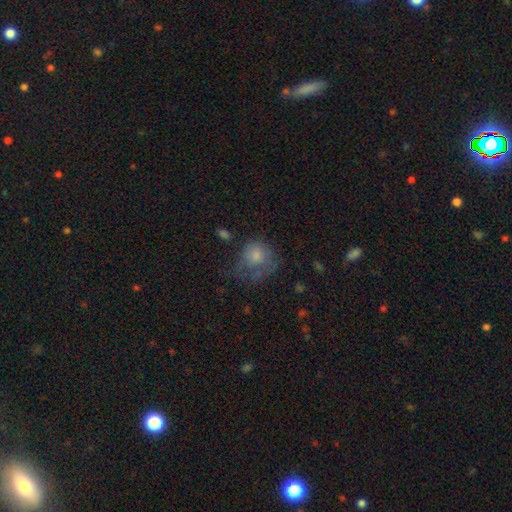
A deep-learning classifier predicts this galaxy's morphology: A smooth galaxy with no disk features (66%) that is round (73%). Merging: none (38%).